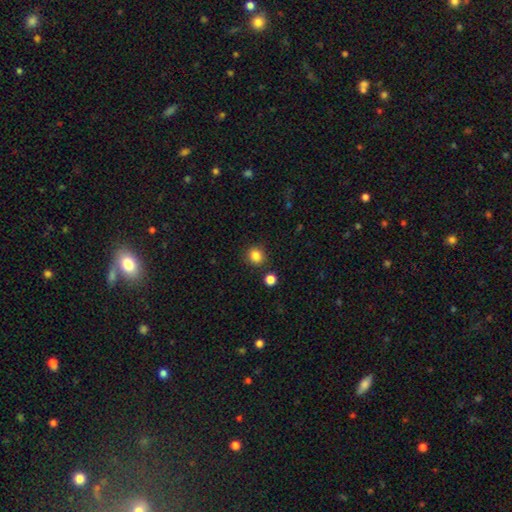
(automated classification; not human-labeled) Q: Smooth or featured?
A: smooth (84%); runner-up: star or artifact (12%)
Q: How rounded?
A: round (86%); runner-up: in between (13%)
Q: Merging?
A: none (86%); runner-up: minor disturbance (7%)